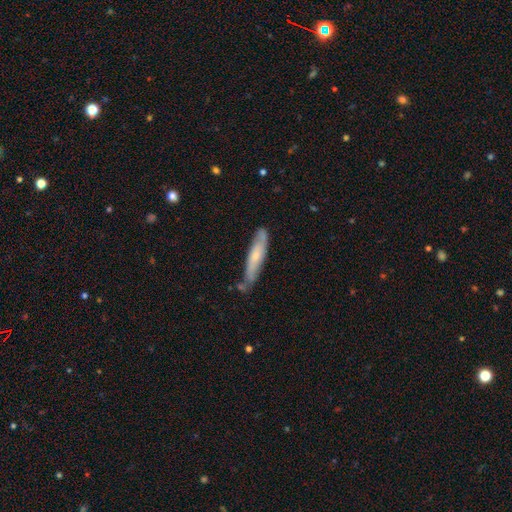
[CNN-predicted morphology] The model was most divided on "smooth or featured": smooth: 50%, featured or disk: 44%, star or artifact: 6%. More confident: how rounded — cigar-shaped (85%); merging — none (68%).